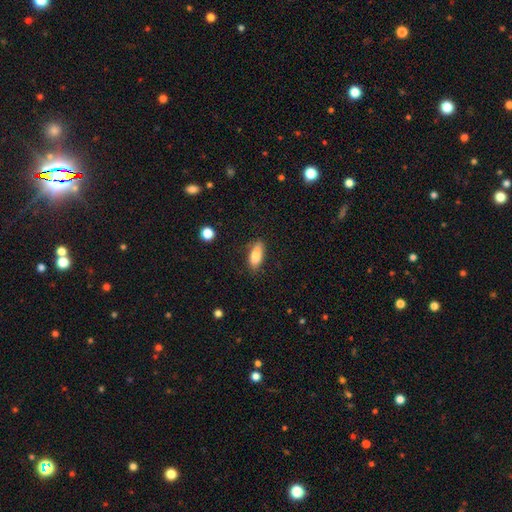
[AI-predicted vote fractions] smooth-or-featured: smooth: 81% | featured or disk: 11% | star or artifact: 7%
  how-rounded: in between: 78% | cigar-shaped: 20% | round: 3%
  merging: none: 78% | minor disturbance: 17% | major disturbance: 3% | merger: 2%